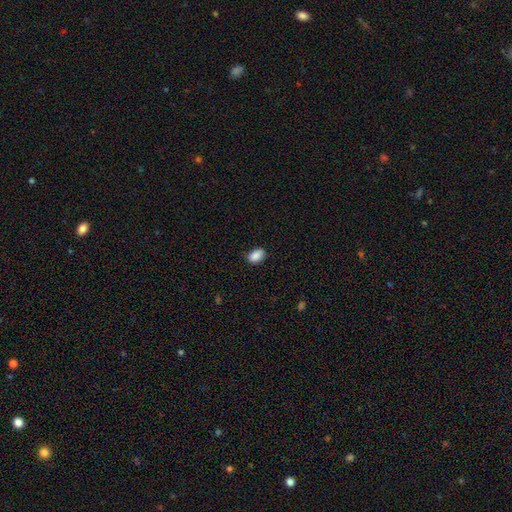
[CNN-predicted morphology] A smooth galaxy with no disk features (89%) that is in between round and cigar-shaped (89%).

Vote fractions:
- Smooth or featured? smooth: 89% / star or artifact: 8% / featured or disk: 3%
- How rounded? in between: 89% / round: 10% / cigar-shaped: 1%
- Merging? none: 84% / minor disturbance: 12% / major disturbance: 2% / merger: 1%